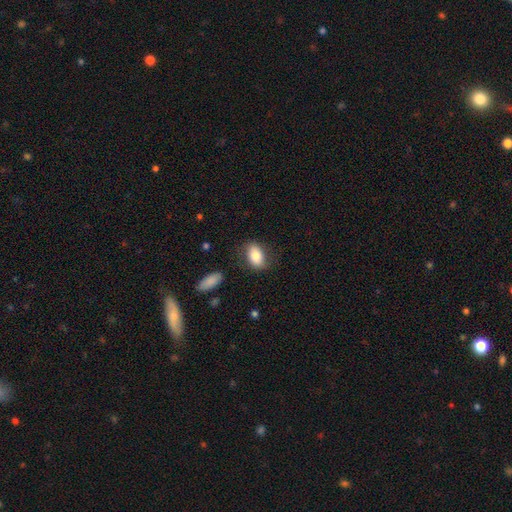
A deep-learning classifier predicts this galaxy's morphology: smooth_or_featured: smooth (p=0.80) [alt: featured or disk p=0.13]
how_rounded: in between (p=0.88) [alt: round p=0.10]
merging: none (p=0.76) [alt: minor disturbance p=0.16]